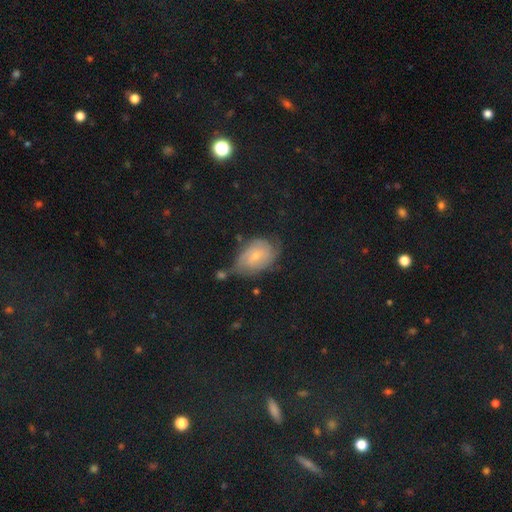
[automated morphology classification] The model was most divided on "smooth or featured": featured or disk: 51%, smooth: 34%, star or artifact: 15%. More confident: edge-on disk — no (95%); merging — none (55%).